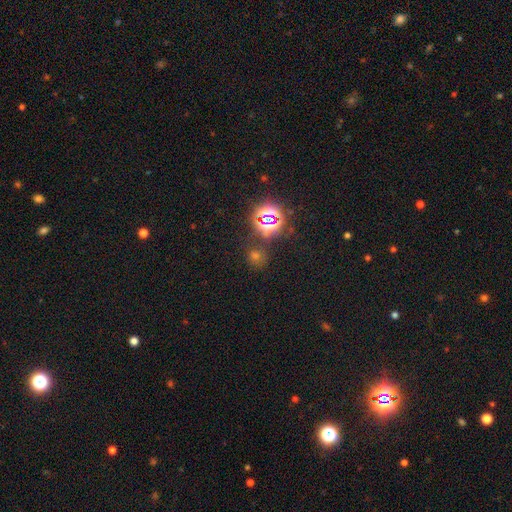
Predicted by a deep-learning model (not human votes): A star or artifact, not a galaxy (53%).